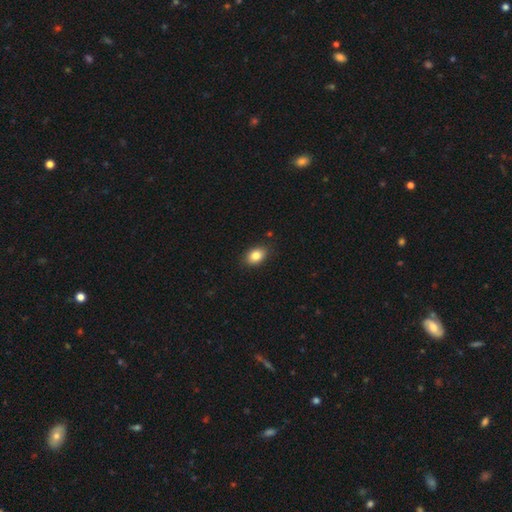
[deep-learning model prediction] A smooth galaxy with no disk features (84%) that is in between round and cigar-shaped (84%).

Vote fractions:
- Smooth or featured? smooth: 84% / star or artifact: 8% / featured or disk: 8%
- How rounded? in between: 84% / round: 15% / cigar-shaped: 2%
- Merging? none: 86% / minor disturbance: 10% / major disturbance: 2% / merger: 1%